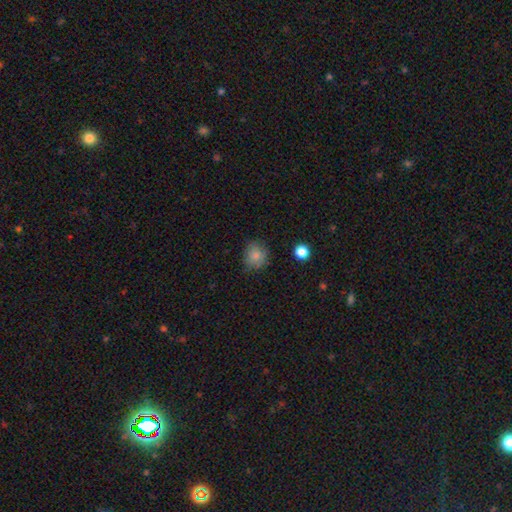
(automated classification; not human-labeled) Overall: smooth (83%). How rounded: round (80%). Merging: none (78%).